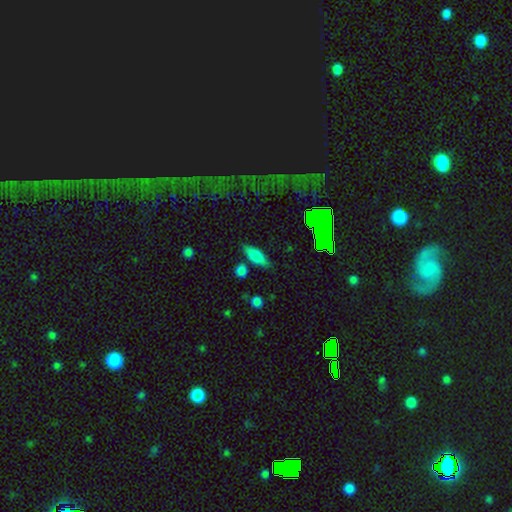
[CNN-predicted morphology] smooth_or_featured: smooth (p=0.74) [alt: featured or disk p=0.16]
how_rounded: in between (p=0.63) [alt: cigar-shaped p=0.33]
merging: none (p=0.76) [alt: minor disturbance p=0.14]